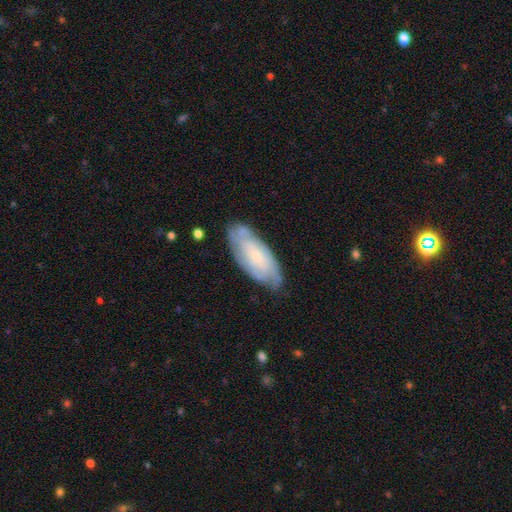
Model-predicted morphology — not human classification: featured or disk 58%, smooth 35%, star or artifact 7%. Down the decision tree: edge-on disk — no (88%); bar — no (71%); spiral arms — yes (82%); bulge size — small (71%); merging — none (72%).